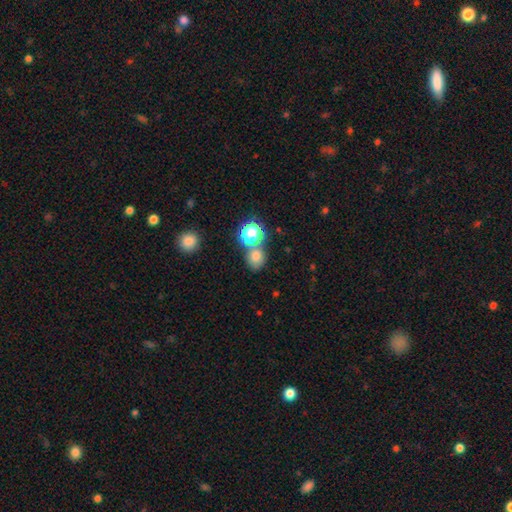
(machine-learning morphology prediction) smooth 71%, star or artifact 22%, featured or disk 7%. Down the decision tree: how rounded — round (77%); merging — none (64%).